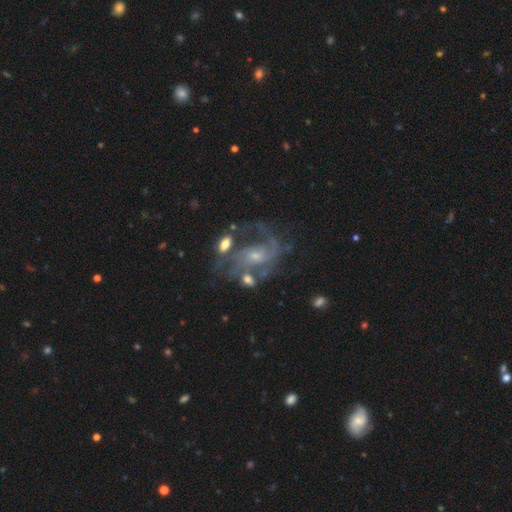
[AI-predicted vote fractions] featured or disk 84%, smooth 8%, star or artifact 8%. Down the decision tree: edge-on disk — no (97%); bar — no (57%); spiral arms — yes (91%); spiral arm count — 2 (44%); spiral winding — medium (48%); bulge size — small (70%); merging — none (43%).